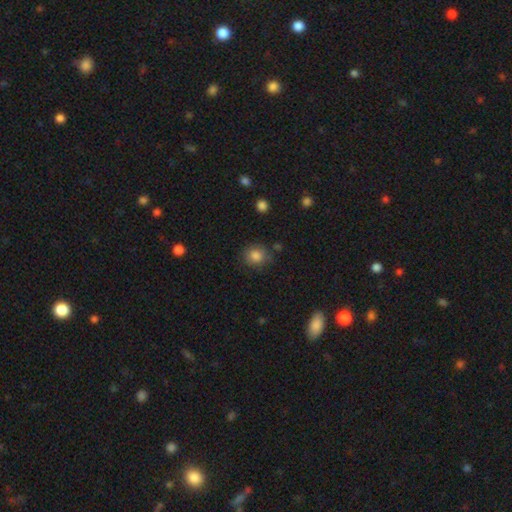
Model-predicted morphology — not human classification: A smooth galaxy with no disk features (84%) that is round (79%).

Vote fractions:
- Smooth or featured? smooth: 84% / star or artifact: 10% / featured or disk: 6%
- How rounded? round: 79% / in between: 20% / cigar-shaped: 1%
- Merging? none: 82% / minor disturbance: 12% / major disturbance: 3% / merger: 3%